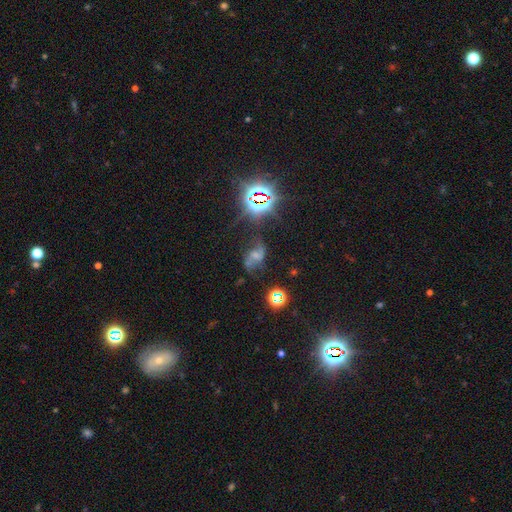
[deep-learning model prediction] featured or disk 61%, star or artifact 24%, smooth 16%. Down the decision tree: edge-on disk — no (96%); bar — no (47%); spiral arms — yes (86%); spiral arm count — 2 (88%); spiral winding — loose (75%); bulge size — none (35%); merging — none (52%).